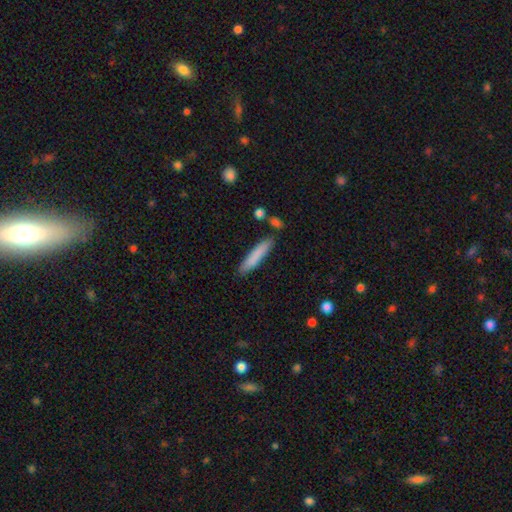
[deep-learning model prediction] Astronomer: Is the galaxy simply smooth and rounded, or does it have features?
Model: smooth — 81%.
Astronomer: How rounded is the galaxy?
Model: cigar-shaped — 91%.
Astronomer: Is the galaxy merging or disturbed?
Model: none — 84%.